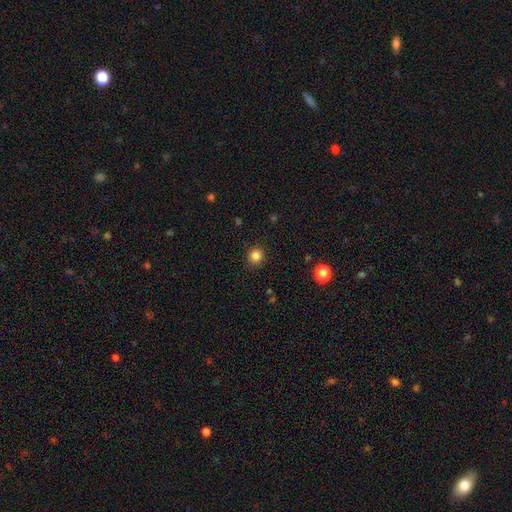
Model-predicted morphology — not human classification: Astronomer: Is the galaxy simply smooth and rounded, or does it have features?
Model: smooth — 84%.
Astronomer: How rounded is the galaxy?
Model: round — 89%.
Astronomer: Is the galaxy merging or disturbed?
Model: none — 90%.